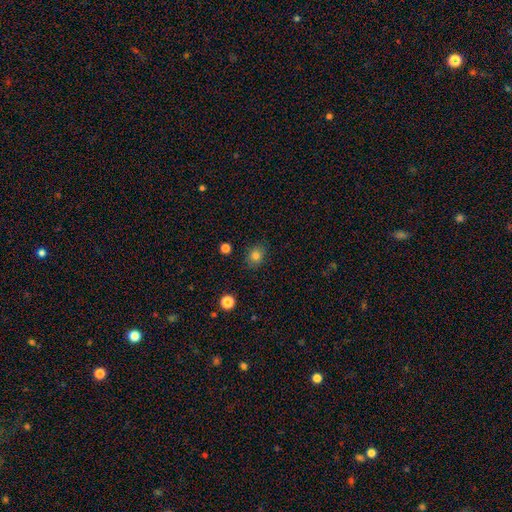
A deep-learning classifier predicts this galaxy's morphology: type=smooth (80%); roundness=in between (53%); merging=none (84%).